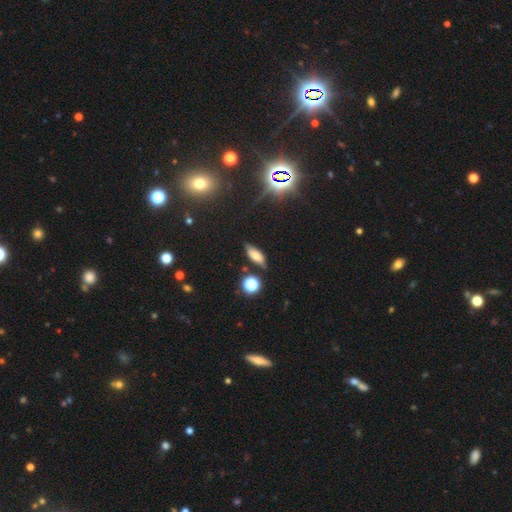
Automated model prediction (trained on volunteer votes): Smooth or featured: smooth — 61% (featured or disk — 22%)
How rounded: in between — 70% (cigar-shaped — 24%)
Merging: none — 78% (minor disturbance — 14%)